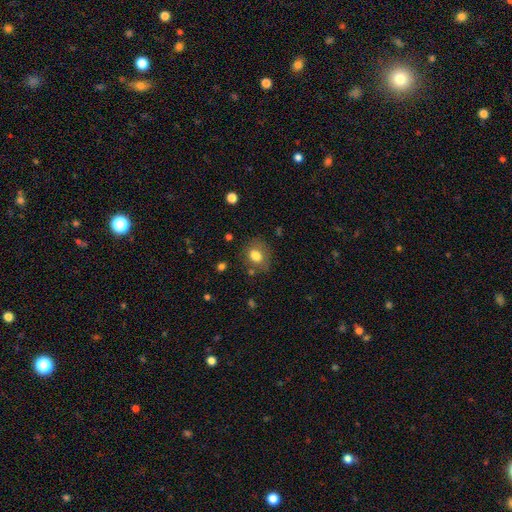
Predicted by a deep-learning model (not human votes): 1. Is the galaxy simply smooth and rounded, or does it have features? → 79% smooth, 11% featured or disk, 10% star or artifact.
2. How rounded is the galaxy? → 51% round, 48% in between, 1% cigar-shaped.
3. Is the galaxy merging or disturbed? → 71% none, 18% minor disturbance, 7% major disturbance, 4% merger.